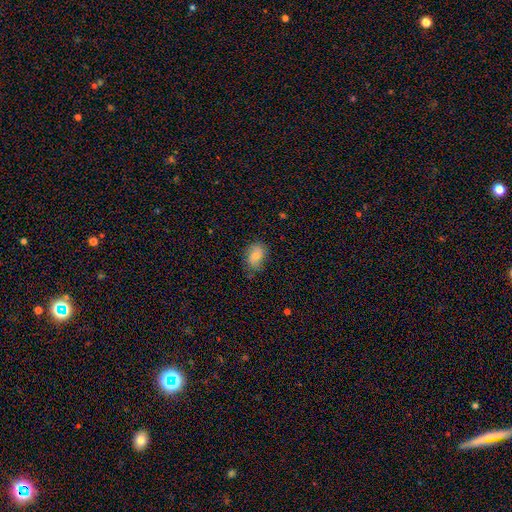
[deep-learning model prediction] Overall: smooth (83%). How rounded: in between (85%). Merging: none (70%).